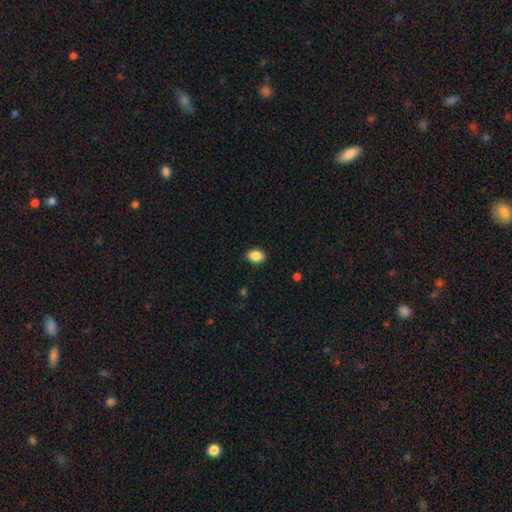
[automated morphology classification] type=smooth (88%); roundness=in between (82%); merging=none (85%).